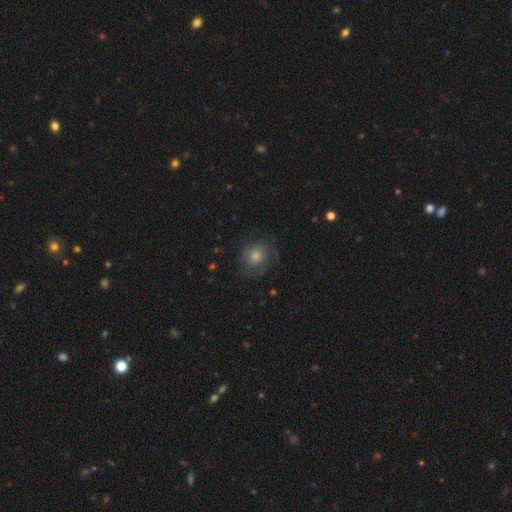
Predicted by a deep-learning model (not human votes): A smooth galaxy with no disk features (48%).

Vote fractions:
- Smooth or featured? smooth: 48% / featured or disk: 37% / star or artifact: 15%
- Merging? none: 73% / minor disturbance: 16% / major disturbance: 9% / merger: 1%